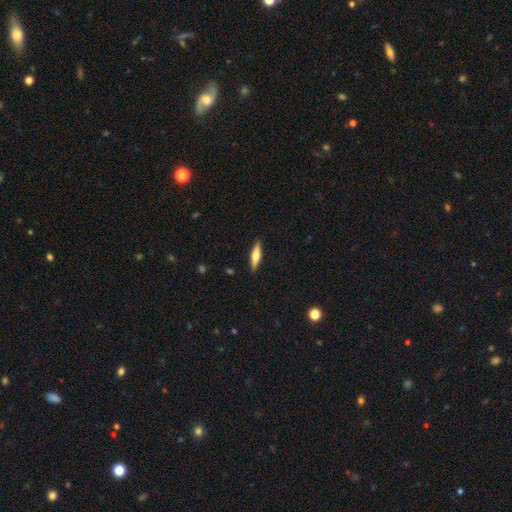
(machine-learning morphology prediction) This is possibly a smooth galaxy (51%). How rounded: likely cigar-shaped (70%). Merging: clearly none (90%).